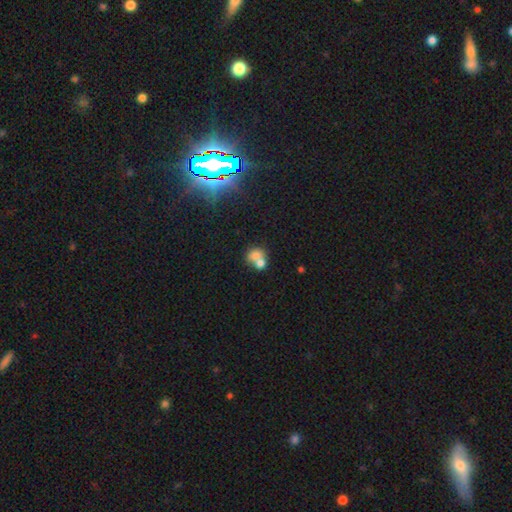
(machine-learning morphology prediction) Q: Smooth or featured?
A: smooth (71%); runner-up: featured or disk (17%)
Q: How rounded?
A: round (63%); runner-up: in between (36%)
Q: Merging?
A: merger (61%); runner-up: none (28%)